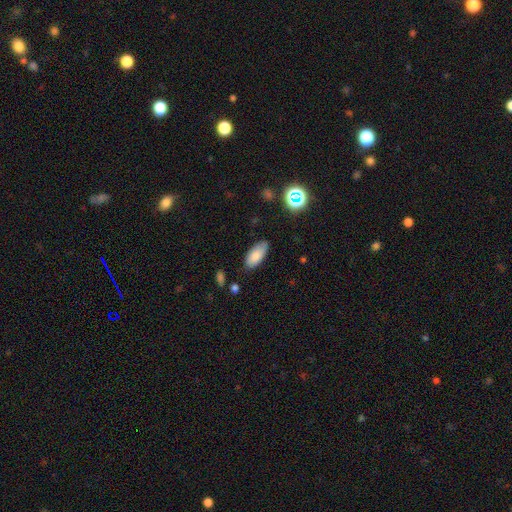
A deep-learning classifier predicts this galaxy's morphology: Smooth or featured? smooth (82%)
How rounded? in between (89%)
Merging? none (80%)